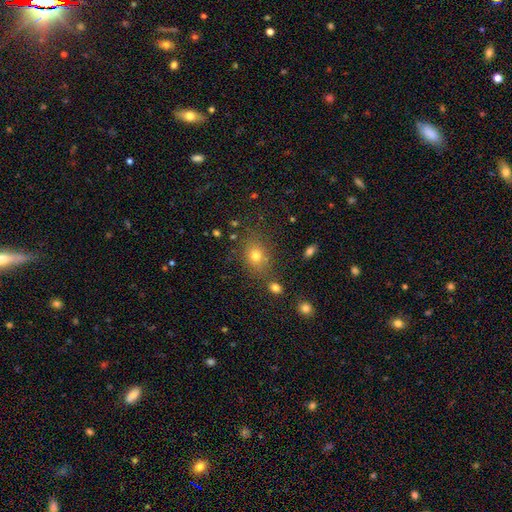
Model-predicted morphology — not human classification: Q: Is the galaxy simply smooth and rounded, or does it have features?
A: smooth — 73%.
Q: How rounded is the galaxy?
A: round — 51%.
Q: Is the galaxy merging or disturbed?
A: none — 77%.